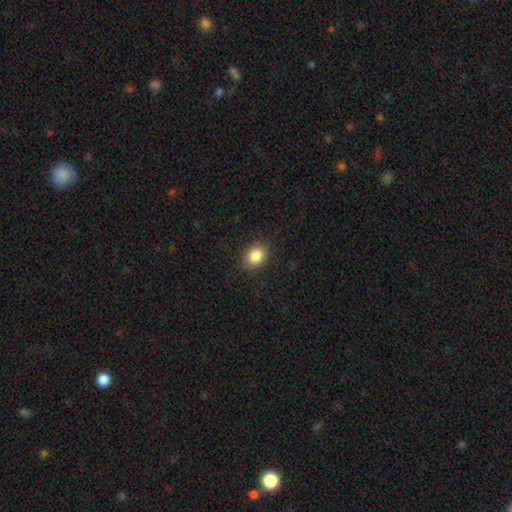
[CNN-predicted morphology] Smooth or featured: smooth — 85% (star or artifact — 9%)
How rounded: in between — 54% (round — 45%)
Merging: none — 88% (minor disturbance — 9%)